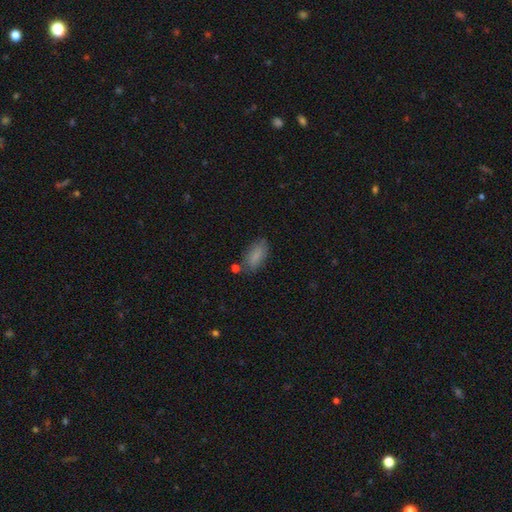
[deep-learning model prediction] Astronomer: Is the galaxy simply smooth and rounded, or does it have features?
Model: smooth — 82%.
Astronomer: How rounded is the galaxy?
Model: in between — 85%.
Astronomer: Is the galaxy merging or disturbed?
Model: none — 72%.